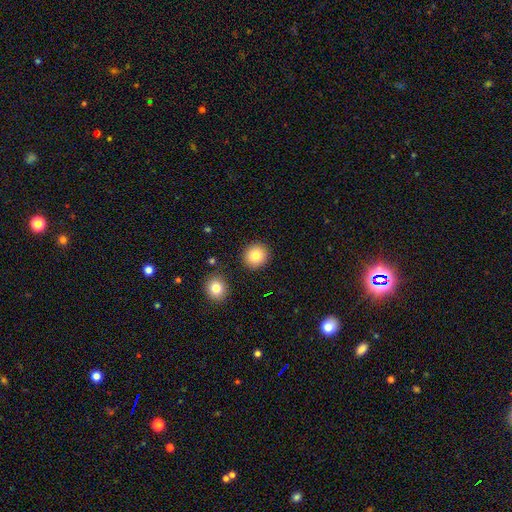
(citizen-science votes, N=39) Smooth or featured? smooth (85%)
How rounded? round (94%)
Merging? none (97%)